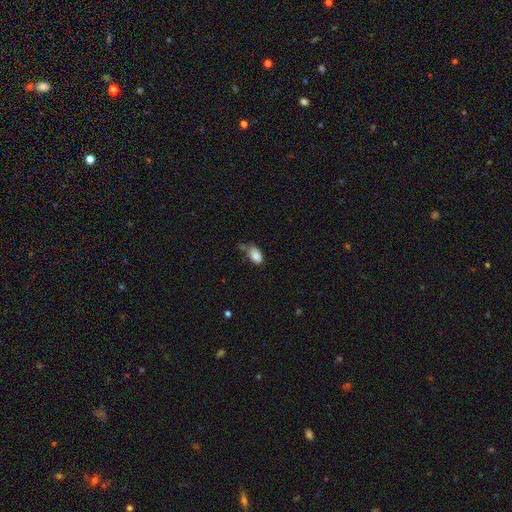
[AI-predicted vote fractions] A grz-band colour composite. It shows a smooth galaxy with no disk features (85%) that is in between round and cigar-shaped (89%). Merging: none (43%).